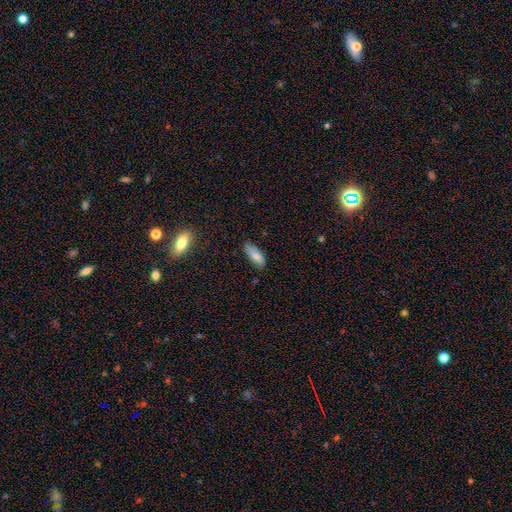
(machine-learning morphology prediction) Overall: smooth (82%). How rounded: in between (71%). Merging: none (71%).